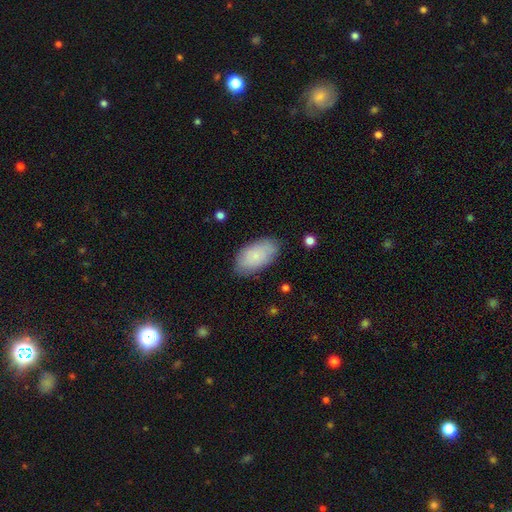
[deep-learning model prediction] This appears to be a smooth galaxy with no disk features (78%) that is in between round and cigar-shaped (94%). Merging: none (80%).